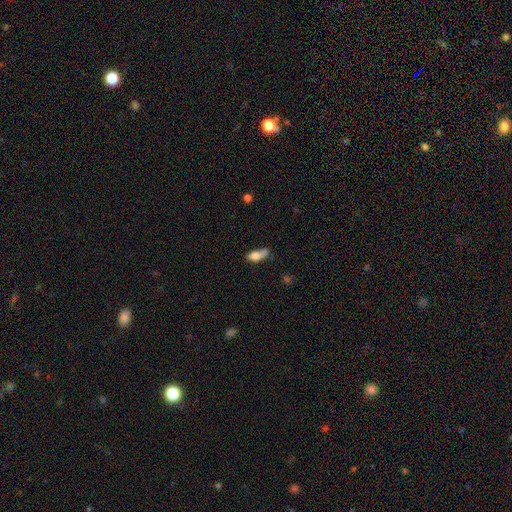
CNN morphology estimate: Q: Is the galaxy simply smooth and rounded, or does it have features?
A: smooth — 73%.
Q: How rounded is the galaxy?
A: in between — 73%.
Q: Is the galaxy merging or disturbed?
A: none — 35%.